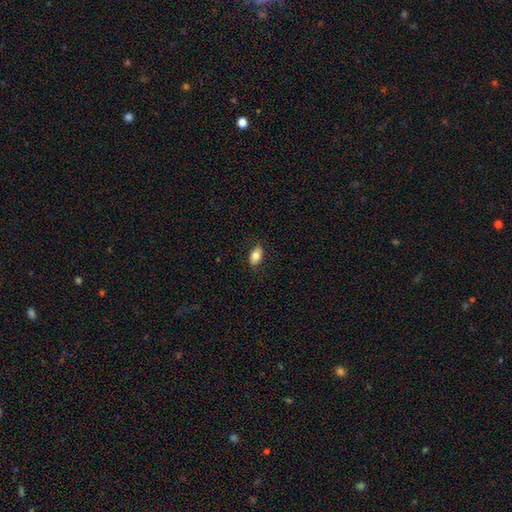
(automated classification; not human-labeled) This is likely a smooth galaxy (79%). How rounded: clearly in between (90%). Merging: clearly none (86%).